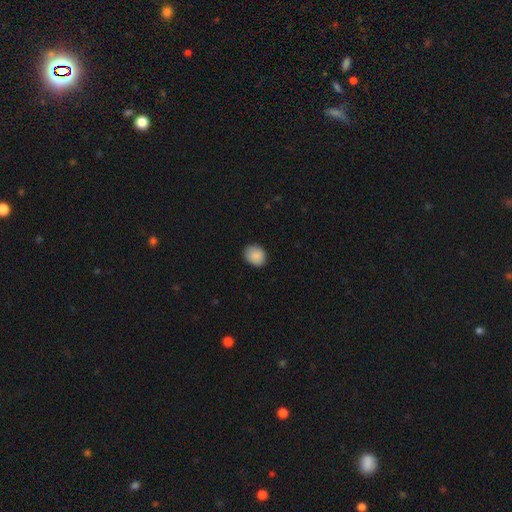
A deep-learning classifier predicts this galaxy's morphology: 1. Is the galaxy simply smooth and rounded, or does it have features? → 89% smooth, 8% star or artifact, 3% featured or disk.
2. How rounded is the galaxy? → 54% round, 45% in between, 1% cigar-shaped.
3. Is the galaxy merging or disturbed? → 87% none, 10% minor disturbance, 2% major disturbance, 1% merger.